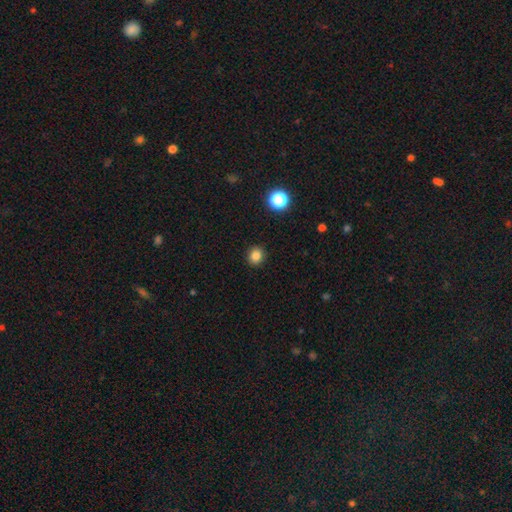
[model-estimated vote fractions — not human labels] Smooth or featured?
  - smooth: 83% *
  - star or artifact: 13%
  - featured or disk: 5%
How rounded?
  - round: 84% *
  - in between: 16%
  - cigar-shaped: 1%
Merging?
  - none: 91% *
  - minor disturbance: 6%
  - major disturbance: 2%
  - merger: 1%